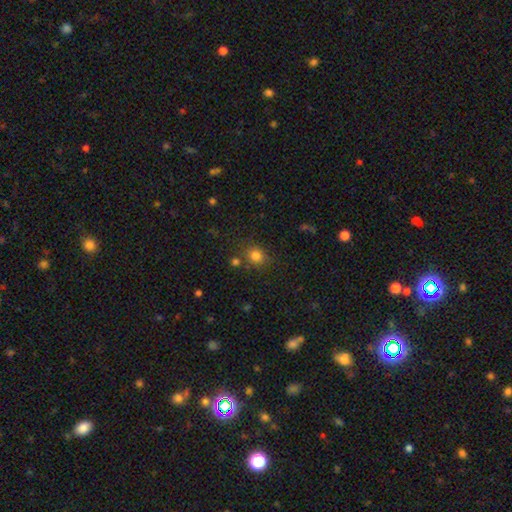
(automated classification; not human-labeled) smooth 80%, star or artifact 14%, featured or disk 6%. Down the decision tree: how rounded — round (73%); merging — none (74%).